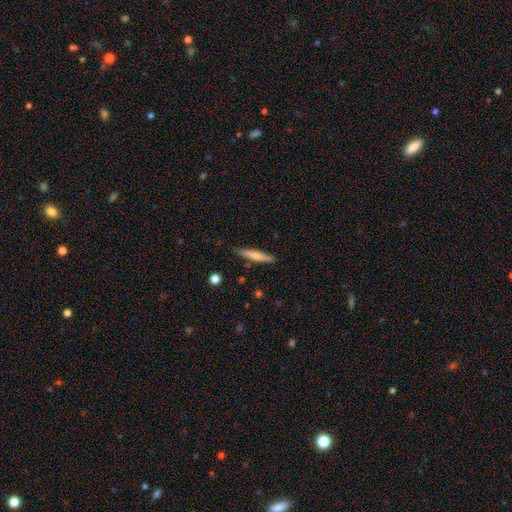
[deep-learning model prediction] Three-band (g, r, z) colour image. It shows a smooth galaxy with no disk features (58%) that is cigar-shaped (89%). Merging: none (85%).